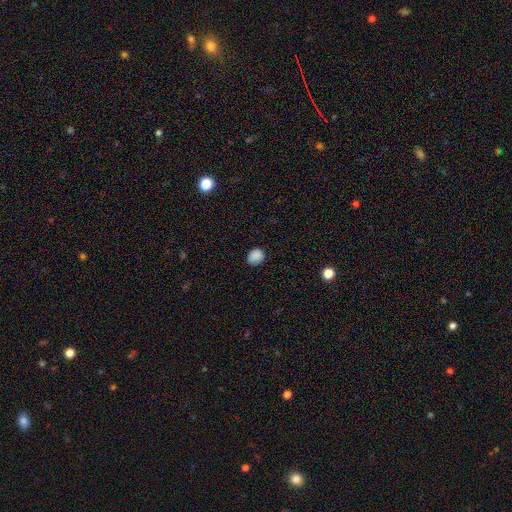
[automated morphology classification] smooth 87%, star or artifact 10%, featured or disk 3%. Down the decision tree: how rounded — round (70%); merging — none (82%).